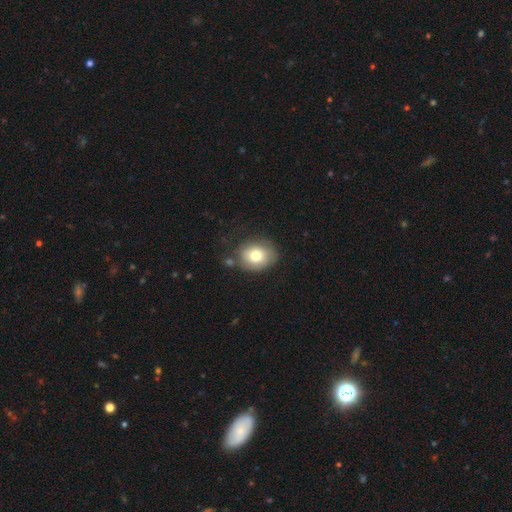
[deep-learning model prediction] The model was most divided on "how rounded": round: 50%, in between: 49%, cigar-shaped: 1%. More confident: smooth or featured — smooth (77%); merging — none (72%).